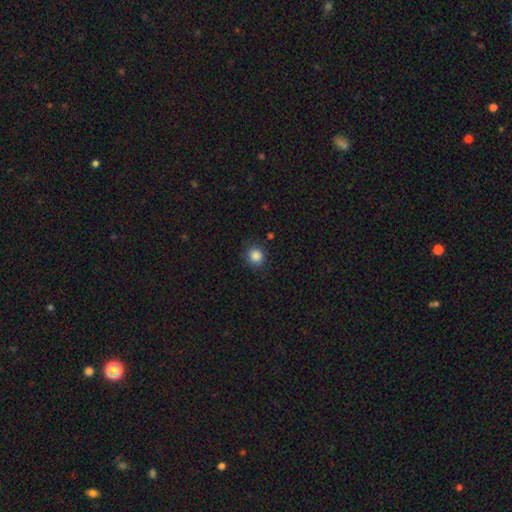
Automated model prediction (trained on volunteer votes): A smooth galaxy with no disk features (86%) that is round (82%).

Vote fractions:
- Smooth or featured? smooth: 86% / star or artifact: 10% / featured or disk: 4%
- How rounded? round: 82% / in between: 17% / cigar-shaped: 1%
- Merging? none: 84% / minor disturbance: 11% / major disturbance: 3% / merger: 1%